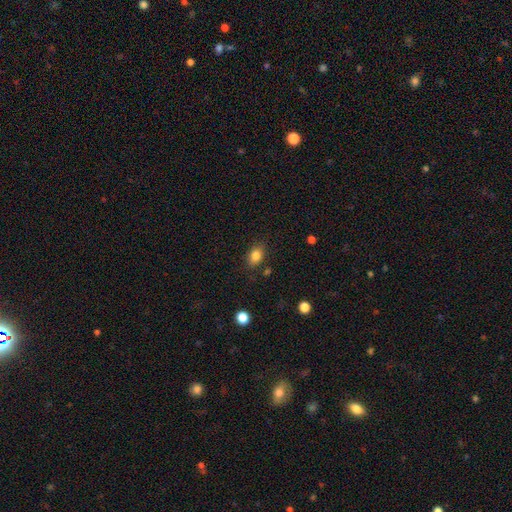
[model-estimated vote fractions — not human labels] A smooth galaxy with no disk features (83%) that is in between round and cigar-shaped (76%).

Vote fractions:
- Smooth or featured? smooth: 83% / star or artifact: 10% / featured or disk: 8%
- How rounded? in between: 76% / round: 23% / cigar-shaped: 2%
- Merging? none: 82% / minor disturbance: 12% / major disturbance: 3% / merger: 2%